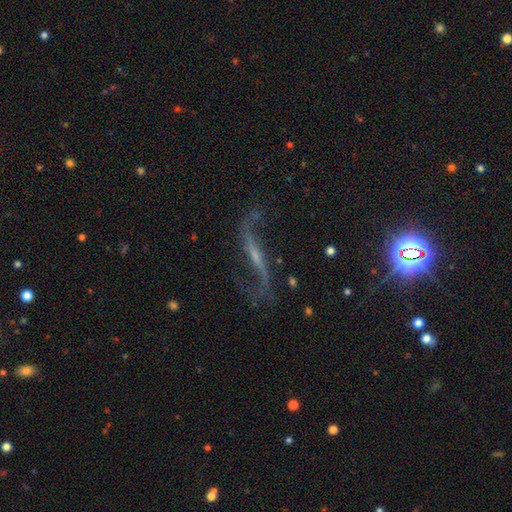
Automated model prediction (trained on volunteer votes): This appears to be a featured or disk galaxy (85%) with a strong bar (41%), 2 (92%) loose (91%) spiral arms (93%) and a small central bulge (50%). Merging: none (64%).